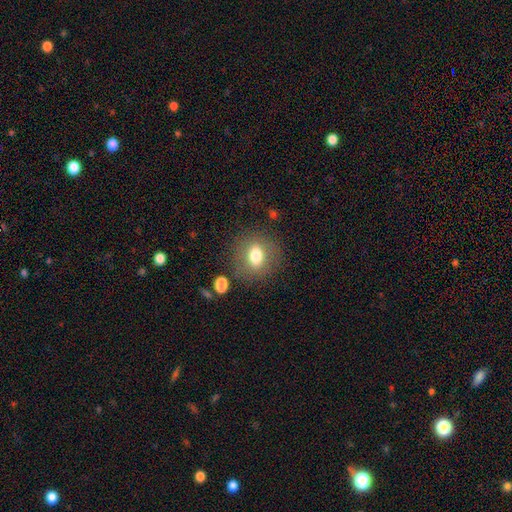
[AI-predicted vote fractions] Morphology: type=smooth (73%); roundness=round (54%); merging=none (80%).